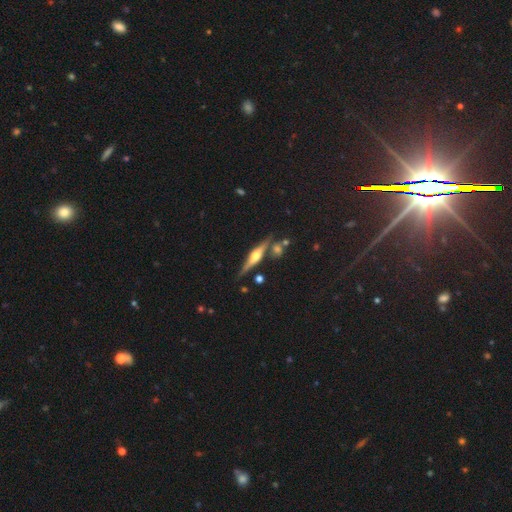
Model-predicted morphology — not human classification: smooth-or-featured: featured or disk: 77% | smooth: 17% | star or artifact: 7%
  disk-edge-on: yes: 97% | no: 3%
    edge-on-bulge: rounded: 92% | boxy: 6% | none: 2%
  merging: none: 79% | minor disturbance: 10% | merger: 8% | major disturbance: 3%